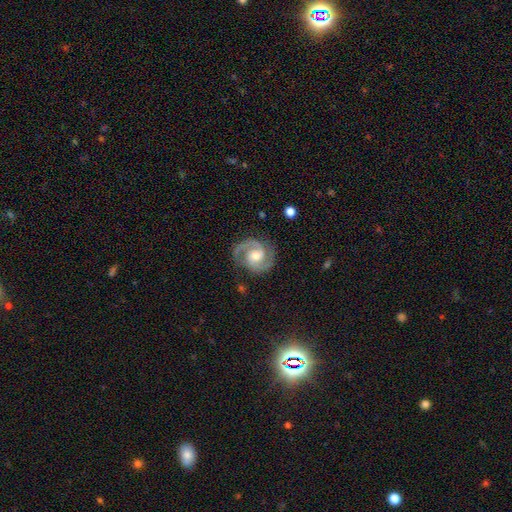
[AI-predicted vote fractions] This is clearly a featured or disk galaxy (92%). It is clearly not viewed edge-on (98%). Bar: possibly no (53%). Spiral arm pattern: clearly yes (98%). Spiral arm count: clearly 2 (93%). Spiral winding: possibly medium (56%). Central bulge: likely moderate (68%). Merging: clearly none (84%).